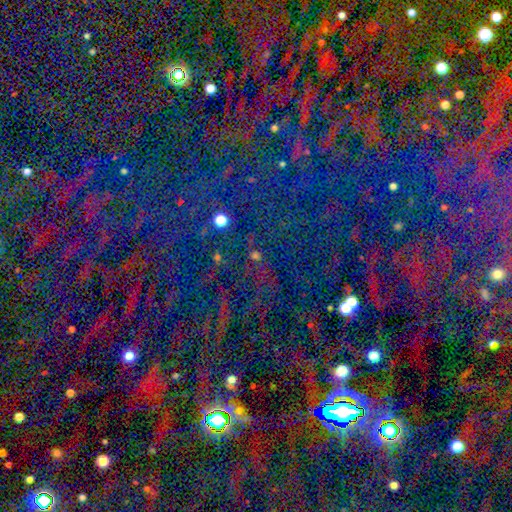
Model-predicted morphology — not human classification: A star or artifact, not a galaxy (68%).

Vote fractions:
- Smooth or featured? star or artifact: 68% / smooth: 22% / featured or disk: 10%